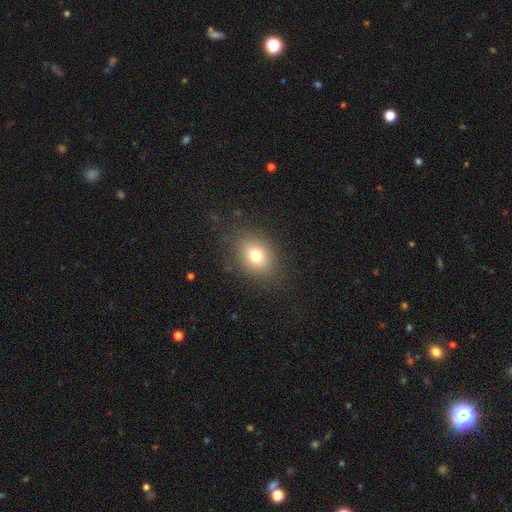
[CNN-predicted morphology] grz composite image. It shows a smooth galaxy with no disk features (76%) that is in between round and cigar-shaped (59%). Merging: none (84%).